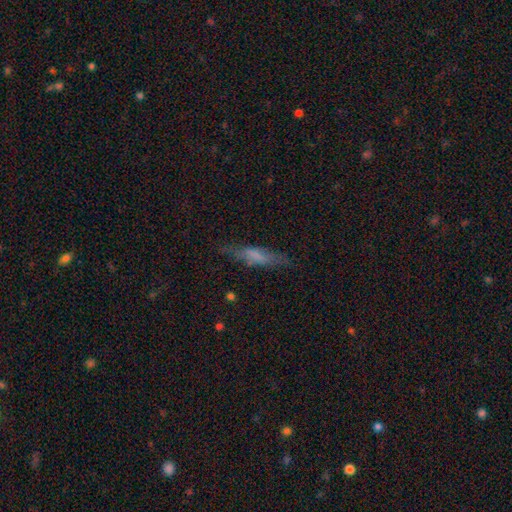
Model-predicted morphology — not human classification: type=smooth (54%); roundness=cigar-shaped (73%); merging=none (71%).